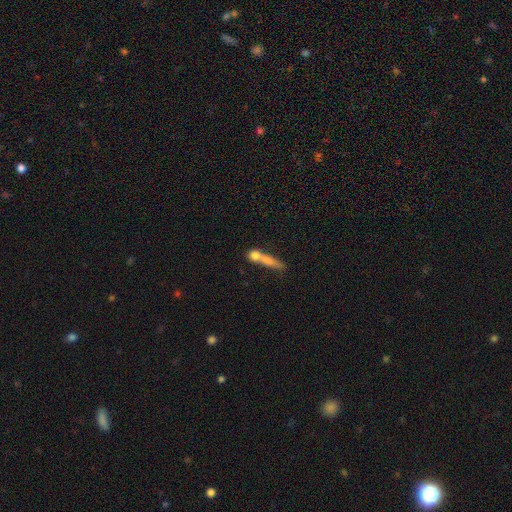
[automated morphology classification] This is likely a smooth galaxy (66%). How rounded: possibly cigar-shaped (55%). Merging: marginally merger (43%).